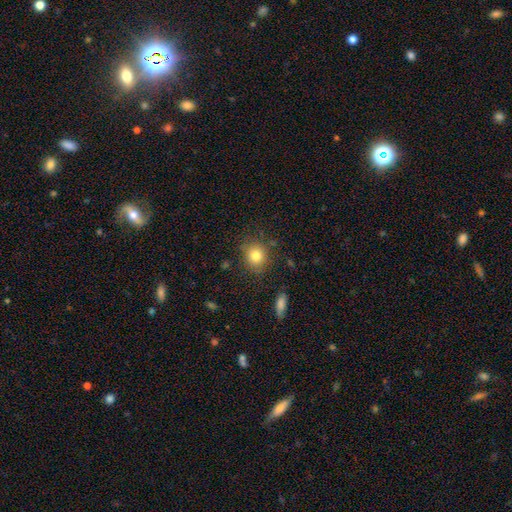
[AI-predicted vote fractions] smooth_or_featured: smooth (p=0.81) [alt: star or artifact p=0.11]
how_rounded: round (p=0.80) [alt: in between p=0.19]
merging: none (p=0.83) [alt: minor disturbance p=0.11]